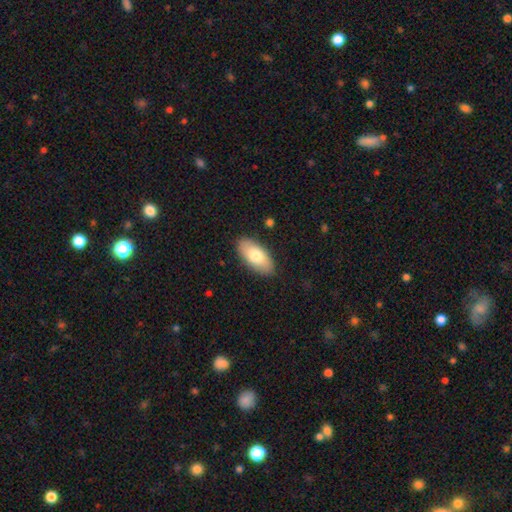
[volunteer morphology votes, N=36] This appears to be a smooth galaxy with no disk features (81%) that is in between round and cigar-shaped (93%). Merging: none (85%).